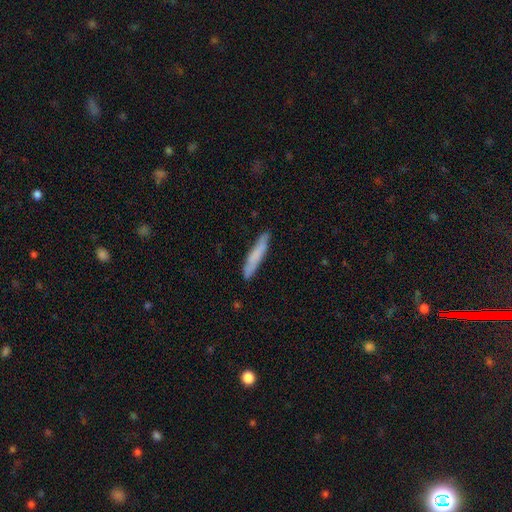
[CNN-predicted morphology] Smooth or featured?
  - smooth: 72% *
  - featured or disk: 22%
  - star or artifact: 6%
How rounded?
  - cigar-shaped: 93% *
  - in between: 6%
  - round: 1%
Merging?
  - none: 86% *
  - minor disturbance: 11%
  - major disturbance: 2%
  - merger: 1%